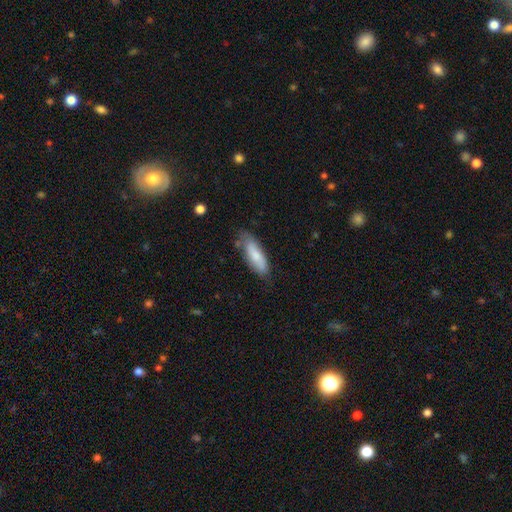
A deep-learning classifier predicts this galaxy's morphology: This appears to be a smooth galaxy with no disk features (71%) that is in between round and cigar-shaped (53%). Merging: none (68%).